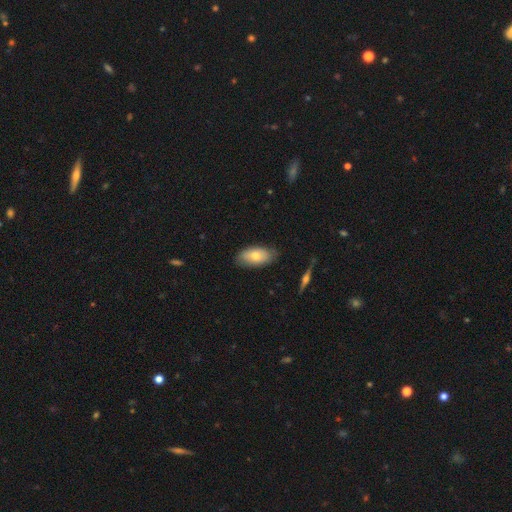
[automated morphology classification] smooth_or_featured: smooth (p=0.72) [alt: featured or disk p=0.21]
how_rounded: in between (p=0.92) [alt: cigar-shaped p=0.04]
merging: none (p=0.79) [alt: minor disturbance p=0.17]